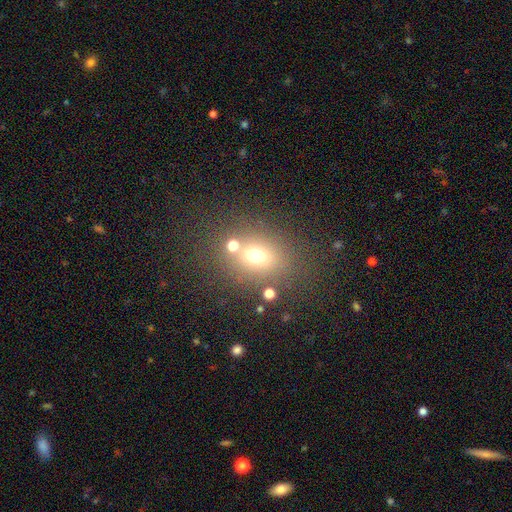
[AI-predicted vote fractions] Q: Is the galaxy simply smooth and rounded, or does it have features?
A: smooth — 66%.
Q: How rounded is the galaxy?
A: round — 53%.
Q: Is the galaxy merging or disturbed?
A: none — 66%.